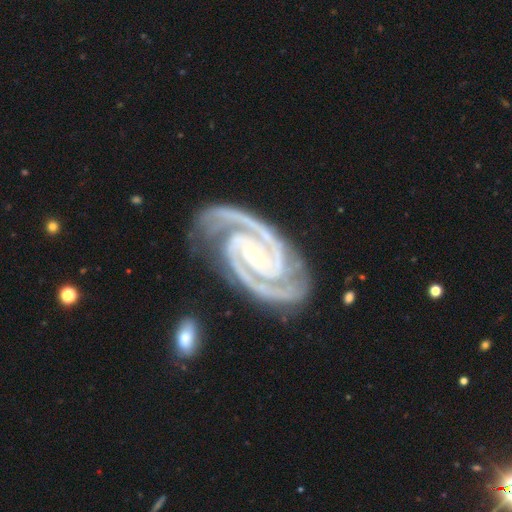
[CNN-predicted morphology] Smooth or featured? featured or disk (95%)
Edge-on disk? no (98%)
Bar? no (41%)
Spiral arms? yes (99%)
Spiral winding? tight (64%)
Spiral arm count? 2 (84%)
Bulge size? small (79%)
Merging? none (78%)